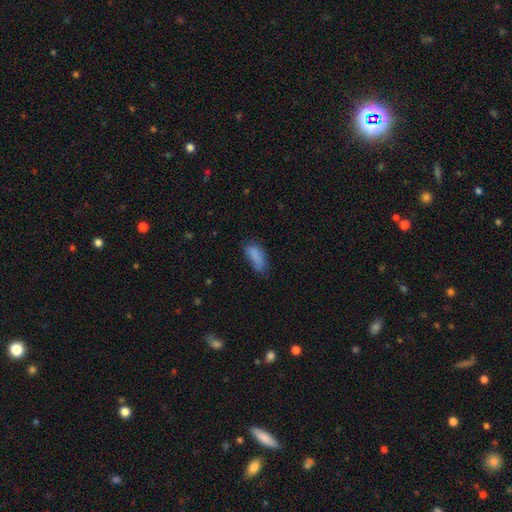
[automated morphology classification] Smooth or featured: smooth — 82% (star or artifact — 9%)
How rounded: in between — 78% (cigar-shaped — 19%)
Merging: none — 49% (minor disturbance — 32%)